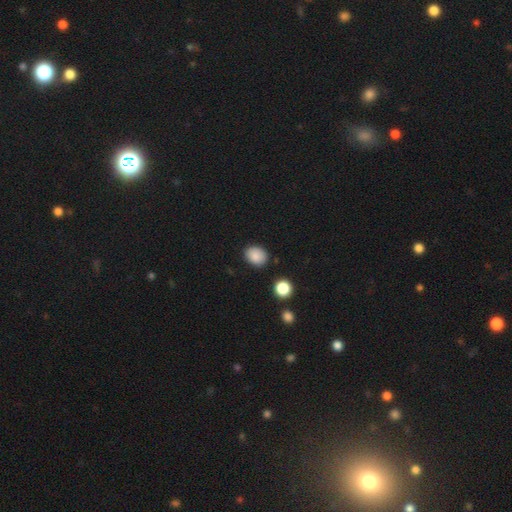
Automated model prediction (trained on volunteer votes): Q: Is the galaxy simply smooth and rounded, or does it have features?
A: smooth — 87%.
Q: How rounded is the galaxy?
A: round — 50%.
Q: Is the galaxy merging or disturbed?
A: none — 84%.